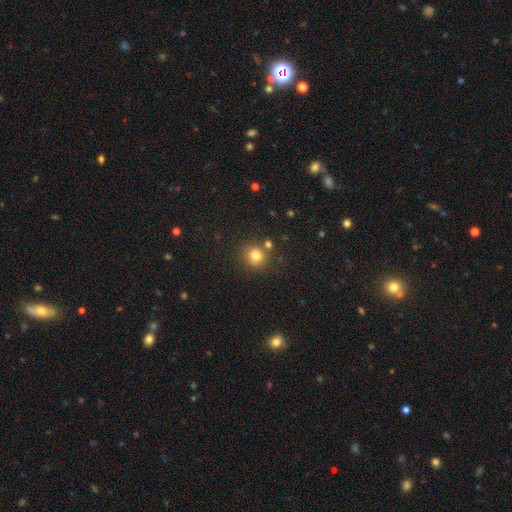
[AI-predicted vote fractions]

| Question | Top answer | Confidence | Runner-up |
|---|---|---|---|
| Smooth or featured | smooth | 79% | star or artifact (13%) |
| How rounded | round | 90% | in between (9%) |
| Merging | none | 76% | merger (12%) |